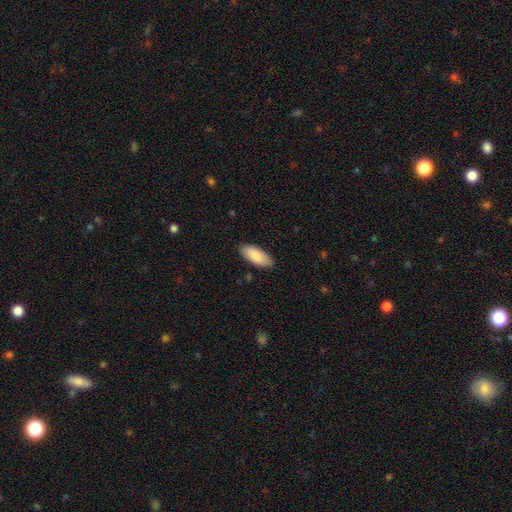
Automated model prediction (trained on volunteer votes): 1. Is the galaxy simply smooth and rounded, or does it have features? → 86% smooth, 8% featured or disk, 5% star or artifact.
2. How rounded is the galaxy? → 86% in between, 12% cigar-shaped, 2% round.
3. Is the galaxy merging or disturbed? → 86% none, 11% minor disturbance, 2% major disturbance, 1% merger.